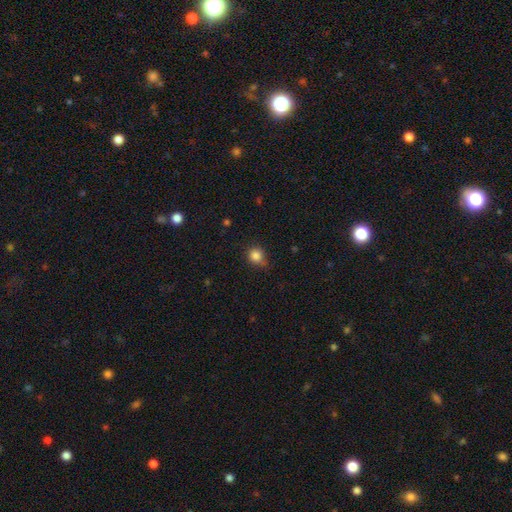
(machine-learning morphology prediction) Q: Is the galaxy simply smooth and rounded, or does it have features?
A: smooth — 84%.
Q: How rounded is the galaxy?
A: round — 86%.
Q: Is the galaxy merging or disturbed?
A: none — 66%.